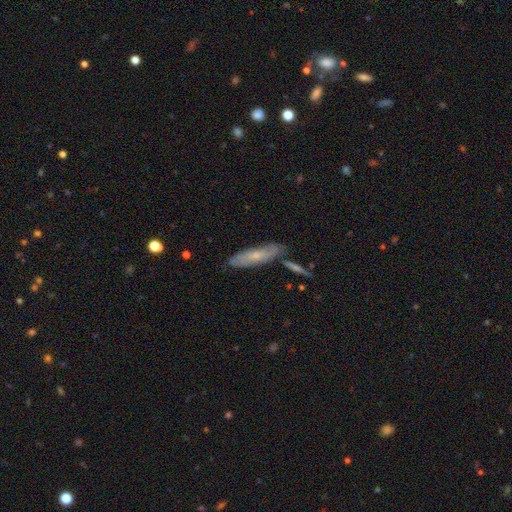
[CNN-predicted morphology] Smooth or featured? smooth (53%)
How rounded? cigar-shaped (67%)
Merging? none (72%)